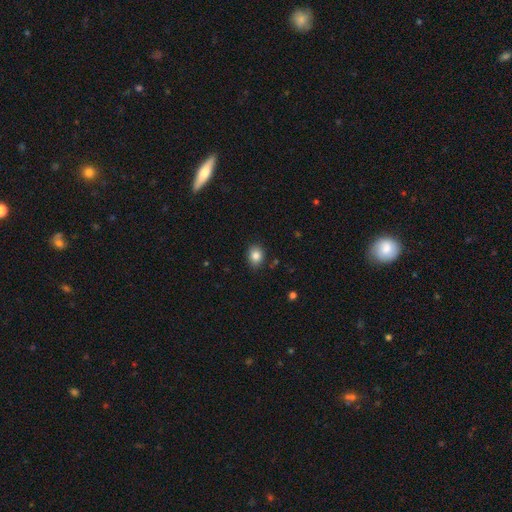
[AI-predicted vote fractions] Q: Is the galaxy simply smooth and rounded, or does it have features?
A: smooth — 84%.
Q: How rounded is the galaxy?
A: in between — 52%.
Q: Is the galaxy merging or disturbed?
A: none — 86%.